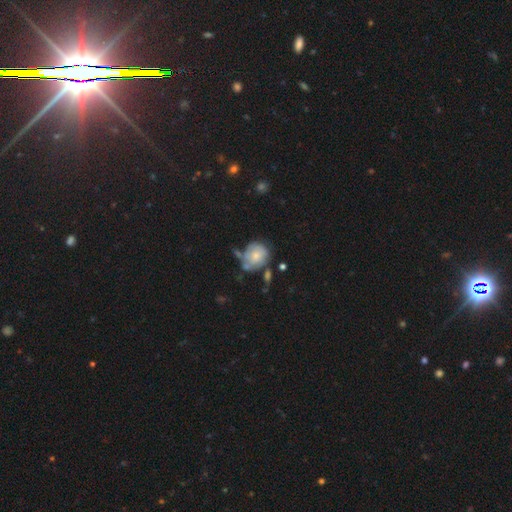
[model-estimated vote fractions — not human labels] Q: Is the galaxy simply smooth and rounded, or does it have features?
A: smooth — 59%.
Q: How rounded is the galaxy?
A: round — 76%.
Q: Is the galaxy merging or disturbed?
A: none — 42%.